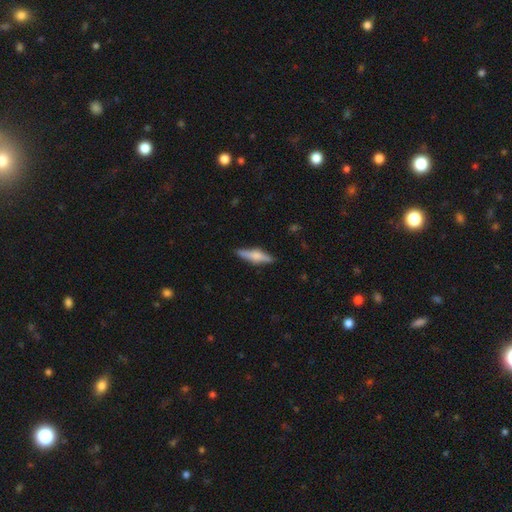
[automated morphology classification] A featured or disk galaxy (50%) viewed edge-on (95%).

Vote fractions:
- Smooth or featured? featured or disk: 50% / smooth: 44% / star or artifact: 6%
- Edge-on disk? yes: 95% / no: 5%
- Merging? none: 85% / minor disturbance: 11% / major disturbance: 2% / merger: 1%